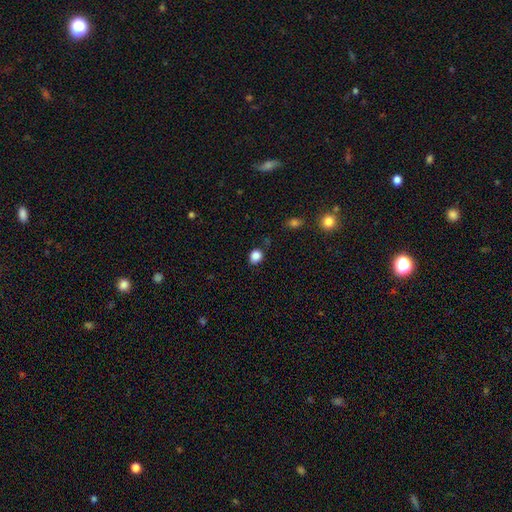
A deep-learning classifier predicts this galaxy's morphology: Smooth or featured? smooth (86%)
How rounded? round (66%)
Merging? none (83%)